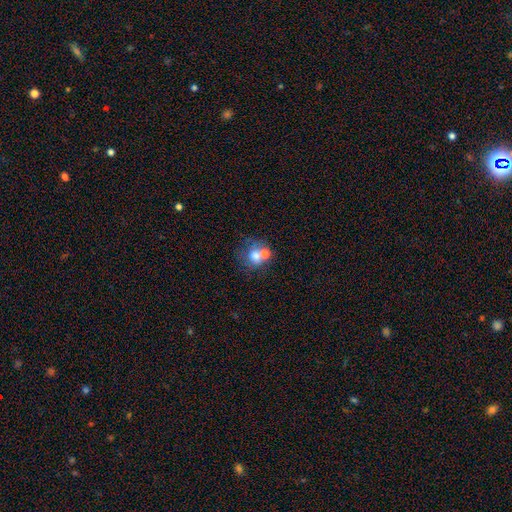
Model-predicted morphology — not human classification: Overall: smooth (66%). How rounded: round (71%). Merging: merger (42%; none 38%).